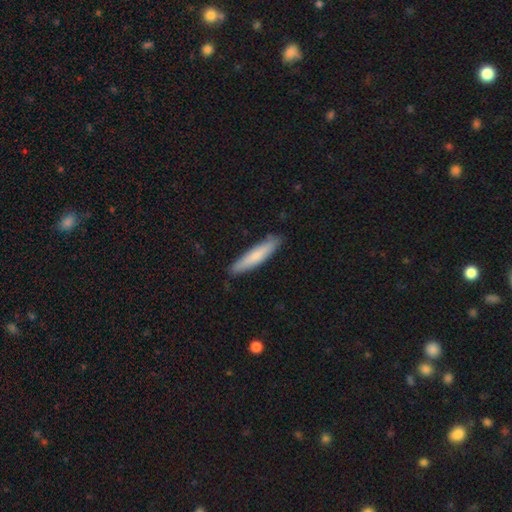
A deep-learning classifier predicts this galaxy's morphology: Smooth or featured?
  - smooth: 76% *
  - featured or disk: 19%
  - star or artifact: 5%
How rounded?
  - cigar-shaped: 89% *
  - in between: 10%
  - round: 1%
Merging?
  - none: 87% *
  - minor disturbance: 10%
  - major disturbance: 2%
  - merger: 1%